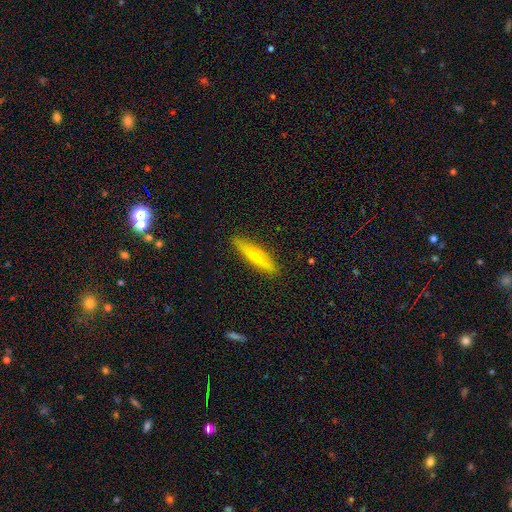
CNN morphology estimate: This appears to be a smooth galaxy with no disk features (55%) that is cigar-shaped (83%). Merging: none (89%).